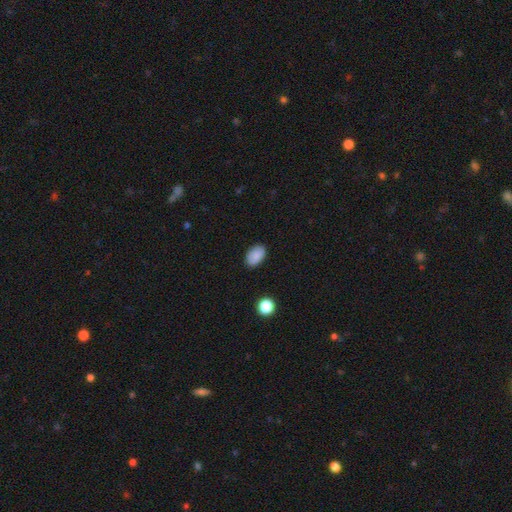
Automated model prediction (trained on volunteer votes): A smooth galaxy with no disk features (88%) that is in between round and cigar-shaped (90%).

Vote fractions:
- Smooth or featured? smooth: 88% / star or artifact: 8% / featured or disk: 4%
- How rounded? in between: 90% / round: 9% / cigar-shaped: 1%
- Merging? none: 87% / minor disturbance: 10% / major disturbance: 2% / merger: 1%